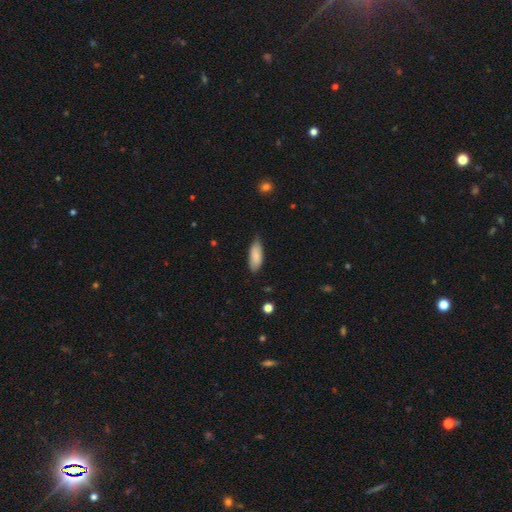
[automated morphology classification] Smooth or featured? Predicted: smooth (p=0.85). How rounded? Predicted: in between (p=0.81). Merging? Predicted: none (p=0.70).